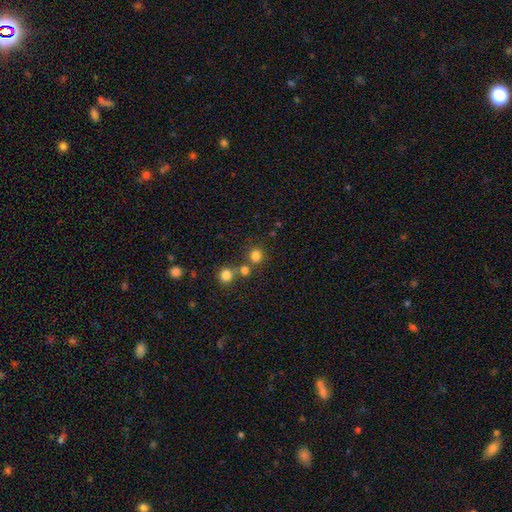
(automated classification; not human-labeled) smooth 79%, star or artifact 15%, featured or disk 6%. Down the decision tree: how rounded — round (86%); merging — none (66%).